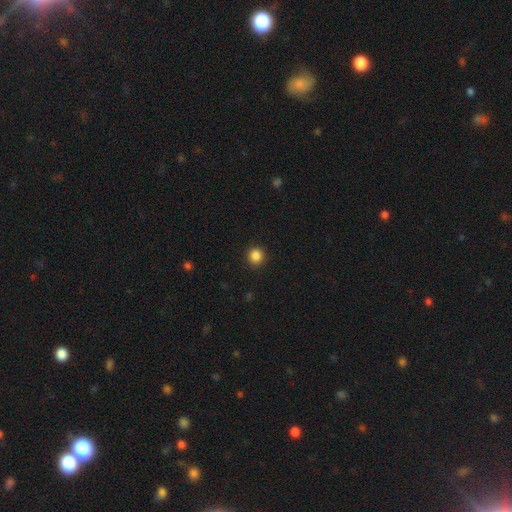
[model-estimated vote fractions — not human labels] smooth 86%, star or artifact 11%, featured or disk 3%. Down the decision tree: how rounded — round (92%); merging — none (92%).